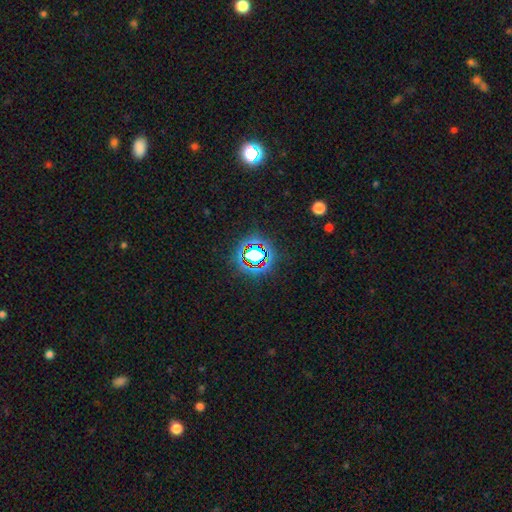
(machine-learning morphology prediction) A star or artifact, not a galaxy (71%).

Vote fractions:
- Smooth or featured? star or artifact: 71% / smooth: 19% / featured or disk: 11%